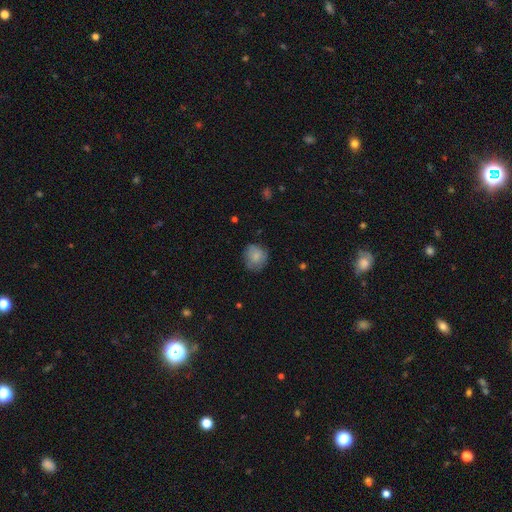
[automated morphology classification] Smooth or featured?
  - smooth: 79% *
  - featured or disk: 13%
  - star or artifact: 8%
How rounded?
  - round: 78% *
  - in between: 21%
  - cigar-shaped: 1%
Merging?
  - none: 71% *
  - minor disturbance: 21%
  - major disturbance: 6%
  - merger: 1%